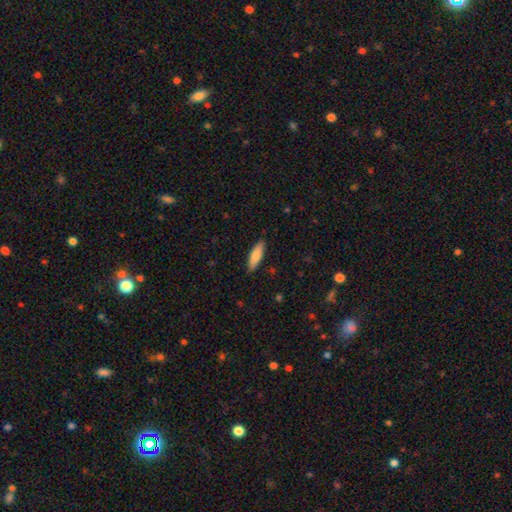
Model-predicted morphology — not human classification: Smooth or featured? Predicted: smooth (p=0.79). How rounded? Predicted: cigar-shaped (p=0.55). Merging? Predicted: none (p=0.88).